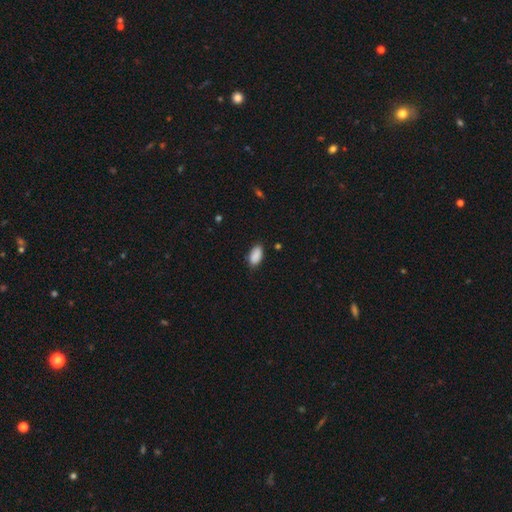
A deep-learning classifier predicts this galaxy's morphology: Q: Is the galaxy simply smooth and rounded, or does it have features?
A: smooth — 90%.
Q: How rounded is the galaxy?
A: in between — 93%.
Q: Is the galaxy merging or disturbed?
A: none — 80%.